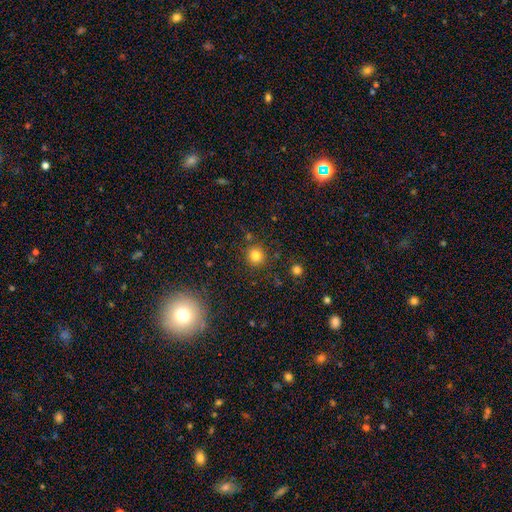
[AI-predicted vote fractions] Smooth or featured? Predicted: smooth (p=0.81). How rounded? Predicted: round (p=0.91). Merging? Predicted: none (p=0.85).